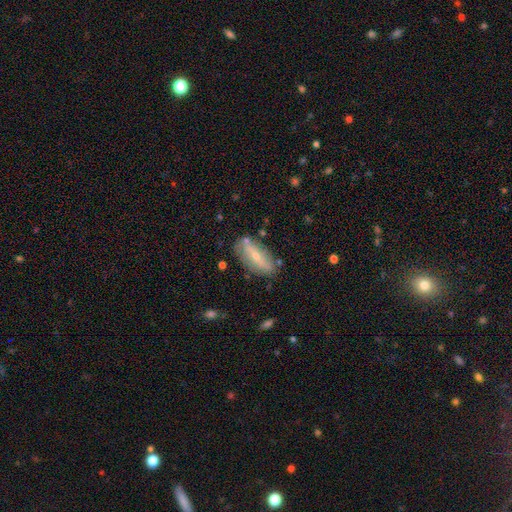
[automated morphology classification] This is possibly a featured or disk galaxy (52%). It is likely not viewed edge-on (70%). Merging: likely none (76%).